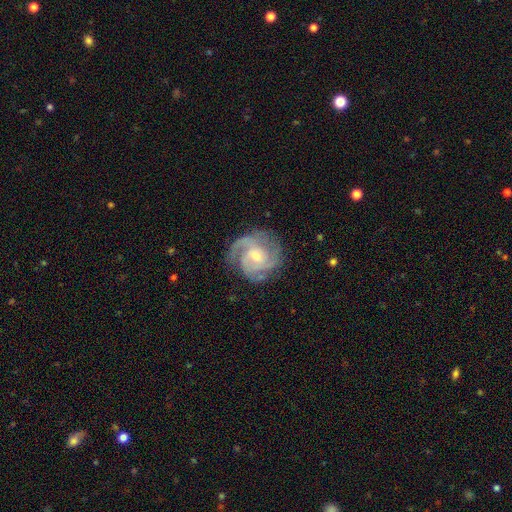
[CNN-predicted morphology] A featured or disk galaxy (89%) with no bar (62%), 3 (47%) tight (54%) spiral arms (98%) and a small central bulge (51%).

Vote fractions:
- Smooth or featured? featured or disk: 89% / smooth: 6% / star or artifact: 5%
- Edge-on disk? no: 98% / yes: 2%
- Bar? no: 62% / weak: 32% / strong: 6%
- Spiral arms? yes: 98% / no: 2%
- Spiral winding? tight: 54% / medium: 39% / loose: 7%
- Spiral arm count? 3: 47% / 2: 21% / can't tell: 12% / 4: 9% / 1: 5% / more than 4: 5%
- Bulge size? small: 51% / moderate: 45% / large: 2% / none: 1% / dominant: 1%
- Merging? none: 77% / minor disturbance: 16% / major disturbance: 6% / merger: 1%